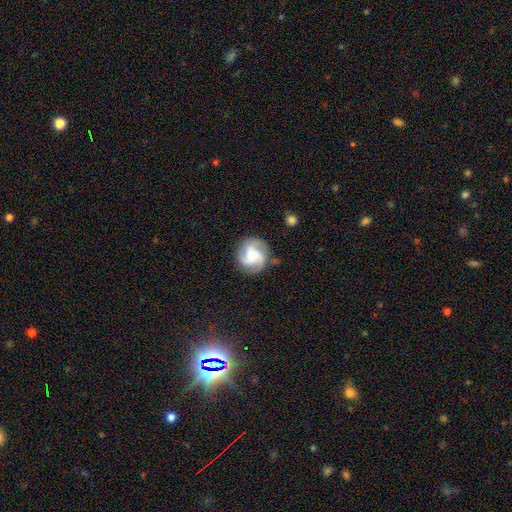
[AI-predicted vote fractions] A featured or disk galaxy (77%) with no bar (62%), 3 (72%) medium (49%) spiral arms (97%) and a moderate central bulge (31%). Merging: none (80%).